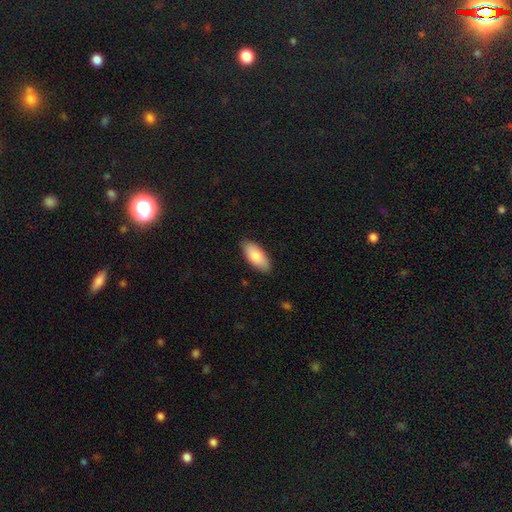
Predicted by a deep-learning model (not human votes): Smooth or featured?
  - smooth: 82% *
  - featured or disk: 13%
  - star or artifact: 6%
How rounded?
  - in between: 90% *
  - cigar-shaped: 8%
  - round: 2%
Merging?
  - none: 87% *
  - minor disturbance: 10%
  - major disturbance: 2%
  - merger: 1%